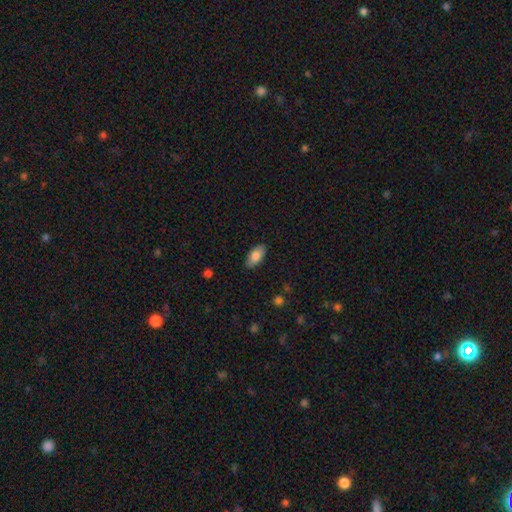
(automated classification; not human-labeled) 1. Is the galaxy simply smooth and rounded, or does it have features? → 84% smooth, 9% featured or disk, 7% star or artifact.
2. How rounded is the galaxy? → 92% in between, 5% cigar-shaped, 3% round.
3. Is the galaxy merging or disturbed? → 87% none, 10% minor disturbance, 2% major disturbance, 1% merger.